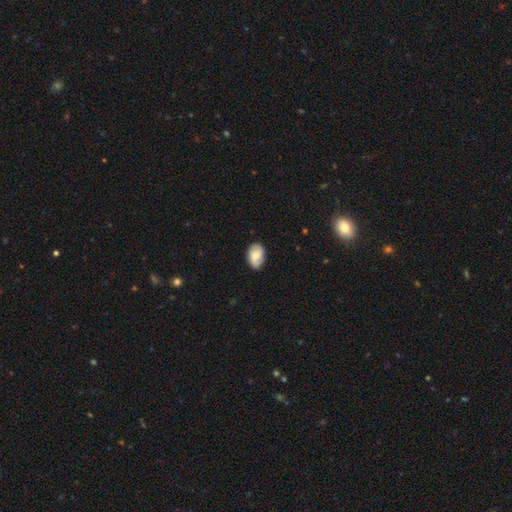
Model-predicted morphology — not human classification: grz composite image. It shows a smooth galaxy with no disk features (72%) that is in between round and cigar-shaped (88%). Merging: none (81%).